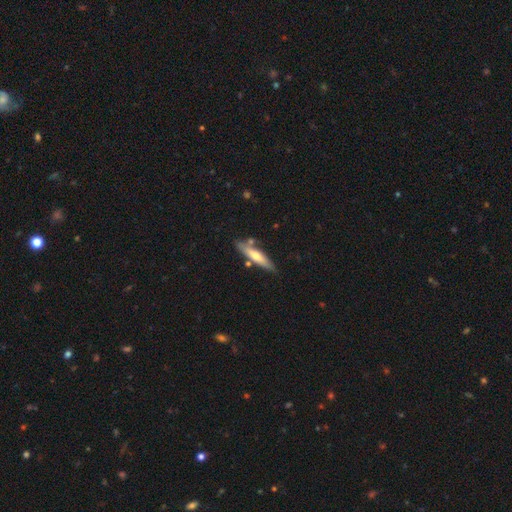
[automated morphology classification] smooth-or-featured: smooth: 50% | featured or disk: 45% | star or artifact: 6%
  merging: none: 73% | minor disturbance: 15% | merger: 9% | major disturbance: 3%